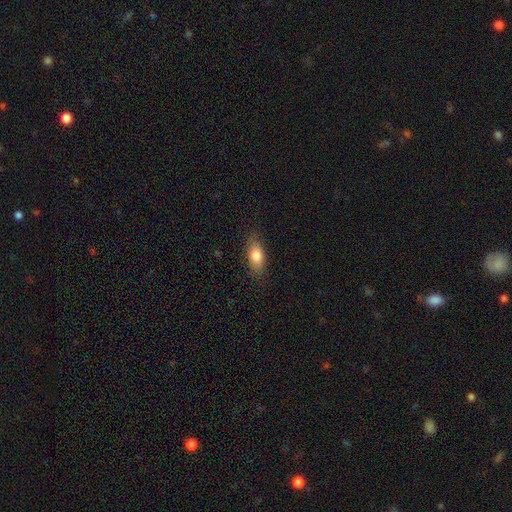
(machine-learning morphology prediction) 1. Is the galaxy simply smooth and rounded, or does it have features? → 80% smooth, 13% featured or disk, 7% star or artifact.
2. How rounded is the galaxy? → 82% in between, 14% cigar-shaped, 4% round.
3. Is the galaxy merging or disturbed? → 84% none, 12% minor disturbance, 3% major disturbance, 1% merger.